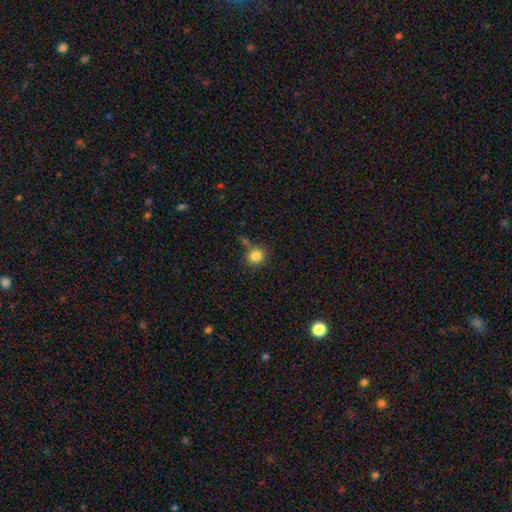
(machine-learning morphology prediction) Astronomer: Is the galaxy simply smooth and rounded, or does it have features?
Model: smooth — 84%.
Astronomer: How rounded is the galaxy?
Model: round — 87%.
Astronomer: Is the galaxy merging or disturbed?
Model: none — 72%.